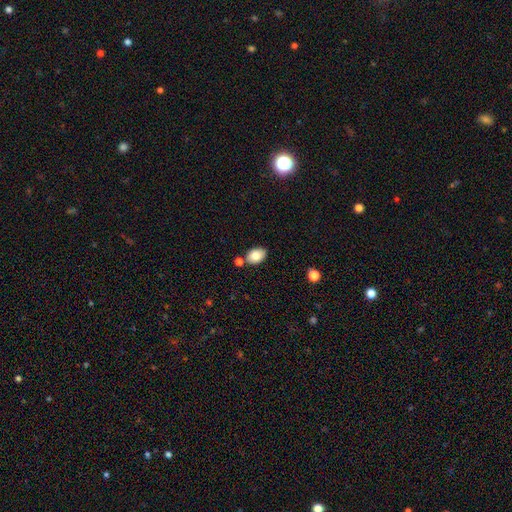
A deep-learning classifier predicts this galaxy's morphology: type=smooth (81%); roundness=in between (85%); merging=none (77%).